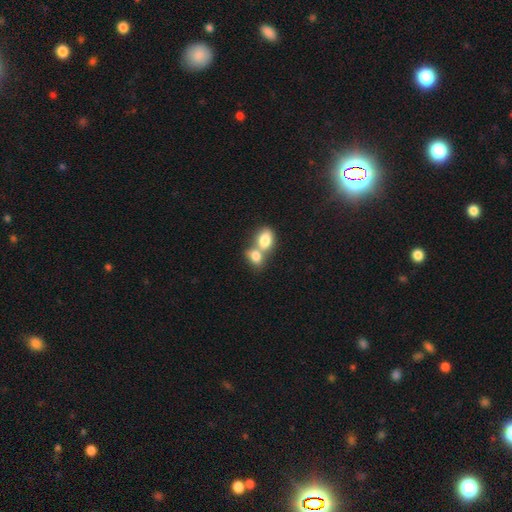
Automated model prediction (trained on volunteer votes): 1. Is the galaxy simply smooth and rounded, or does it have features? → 80% smooth, 12% featured or disk, 8% star or artifact.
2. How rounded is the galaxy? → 73% in between, 25% round, 2% cigar-shaped.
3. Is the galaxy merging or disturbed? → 71% merger, 21% none, 6% minor disturbance, 3% major disturbance.